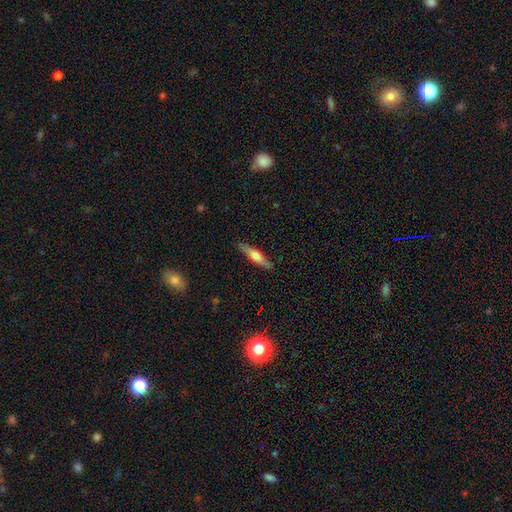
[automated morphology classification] A smooth galaxy with no disk features (52%) that is cigar-shaped (82%). Merging: none (88%).